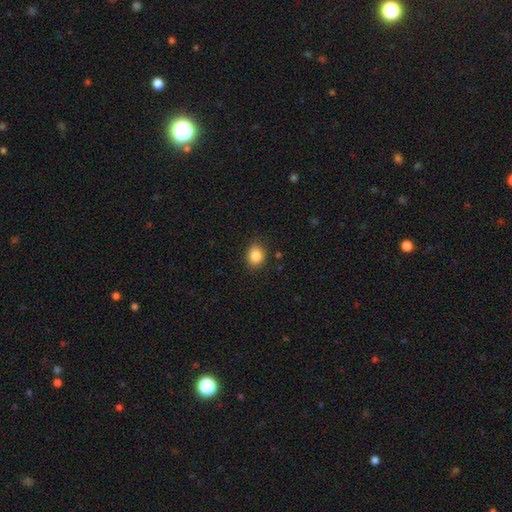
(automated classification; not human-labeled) This appears to be a smooth galaxy with no disk features (86%) that is round (59%). Merging: none (85%).